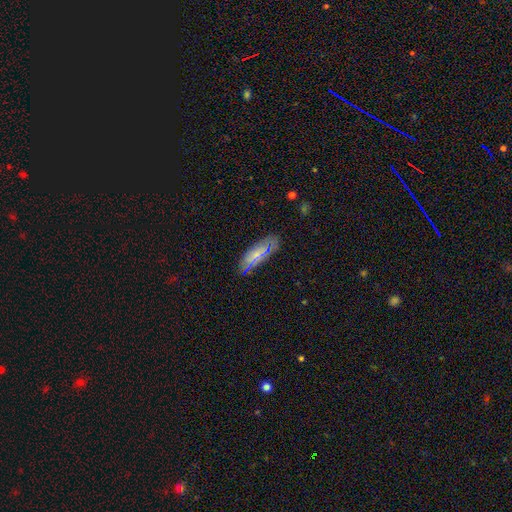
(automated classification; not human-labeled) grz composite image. It shows a smooth galaxy with no disk features (66%) that is in between round and cigar-shaped (74%). Merging: none (82%).